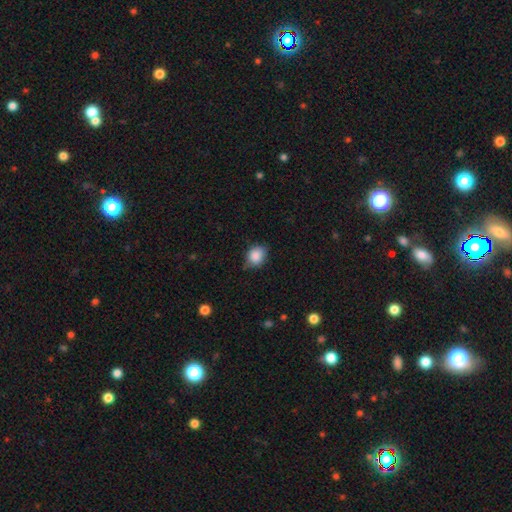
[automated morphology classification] Smooth or featured? Predicted: smooth (p=0.86). How rounded? Predicted: round (p=0.56). Merging? Predicted: none (p=0.65).